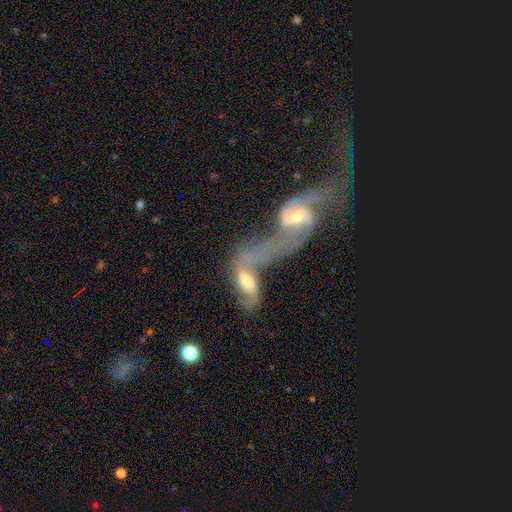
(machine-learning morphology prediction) A featured or disk galaxy (73%) with a weak bar (45%), 2 (80%) loose (65%) spiral arms (85%) and a moderate central bulge (59%). Merging: merger (78%).